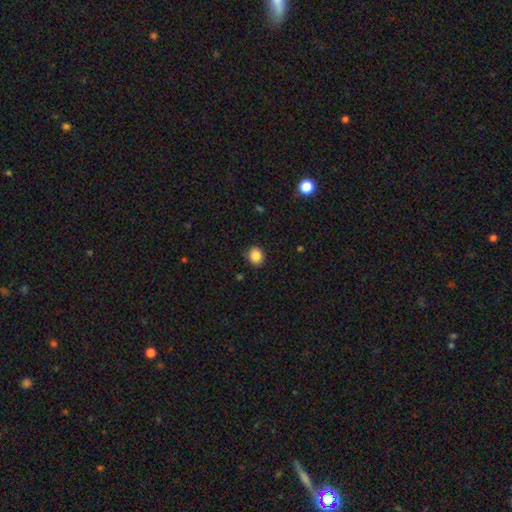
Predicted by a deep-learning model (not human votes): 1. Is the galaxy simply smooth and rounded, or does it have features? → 86% smooth, 9% star or artifact, 4% featured or disk.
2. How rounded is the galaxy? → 68% round, 31% in between, 1% cigar-shaped.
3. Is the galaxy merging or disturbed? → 88% none, 9% minor disturbance, 2% major disturbance, 1% merger.